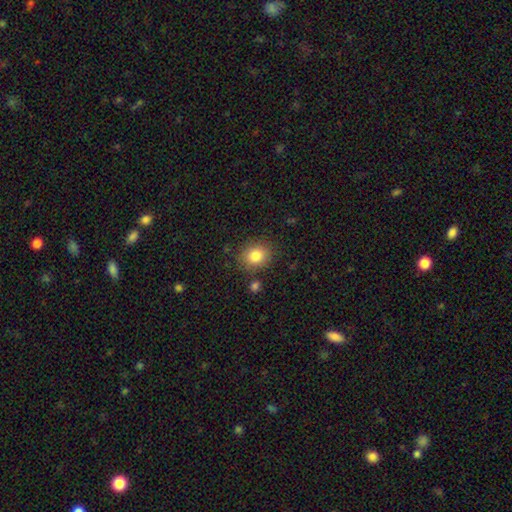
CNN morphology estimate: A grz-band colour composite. It shows a smooth galaxy with no disk features (83%) that is round (72%). Merging: none (83%).